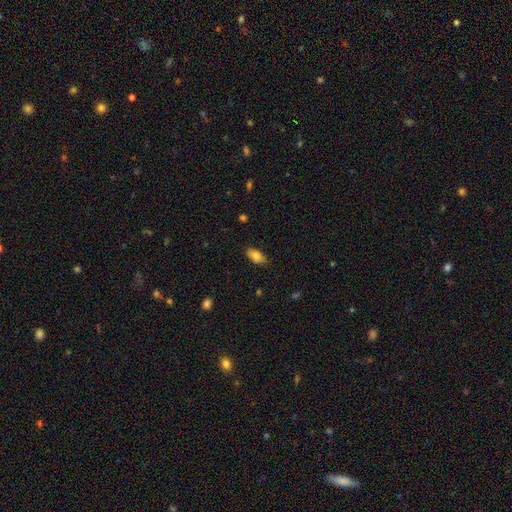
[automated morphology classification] type=smooth (79%); roundness=in between (89%); merging=none (80%).